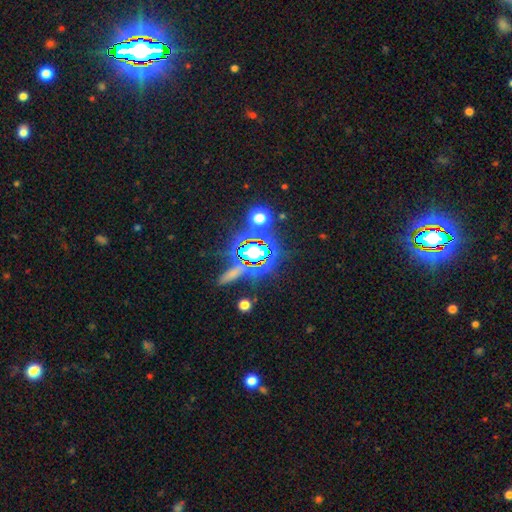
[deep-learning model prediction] Morphology: type=star or artifact (84%).